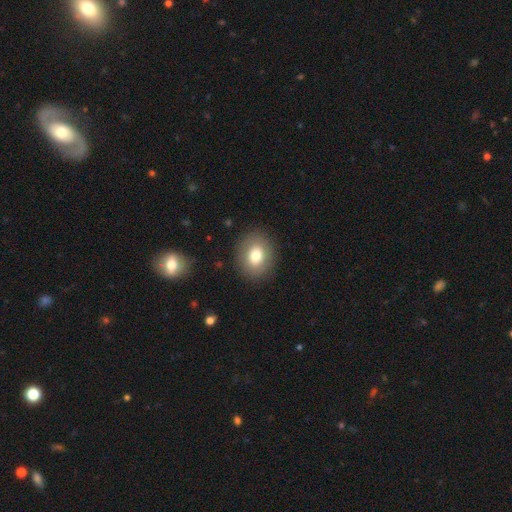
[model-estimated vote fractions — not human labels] This appears to be a smooth galaxy with no disk features (76%) that is round (58%). Merging: none (88%).